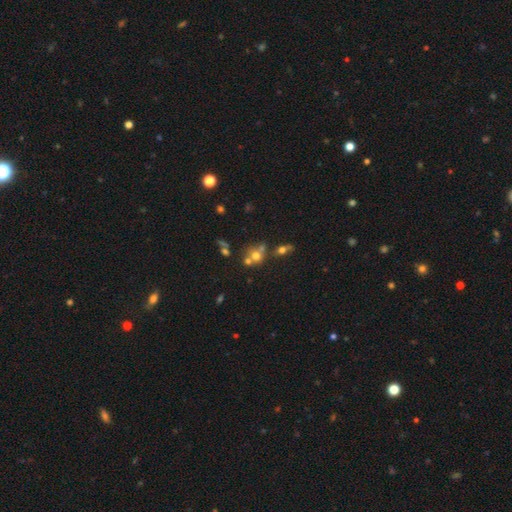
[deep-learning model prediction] Smooth or featured?
  - smooth: 58% *
  - featured or disk: 22%
  - star or artifact: 19%
How rounded?
  - round: 76% *
  - in between: 22%
  - cigar-shaped: 2%
Merging?
  - merger: 46% *
  - none: 38%
  - minor disturbance: 10%
  - major disturbance: 6%